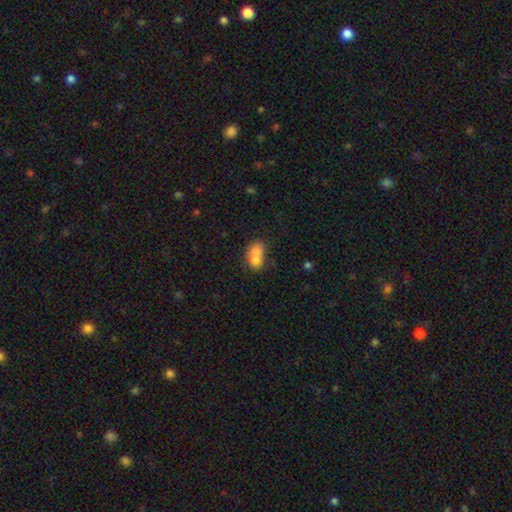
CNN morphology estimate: This is likely a smooth galaxy (72%). How rounded: likely in between (65%). Merging: likely merger (69%).